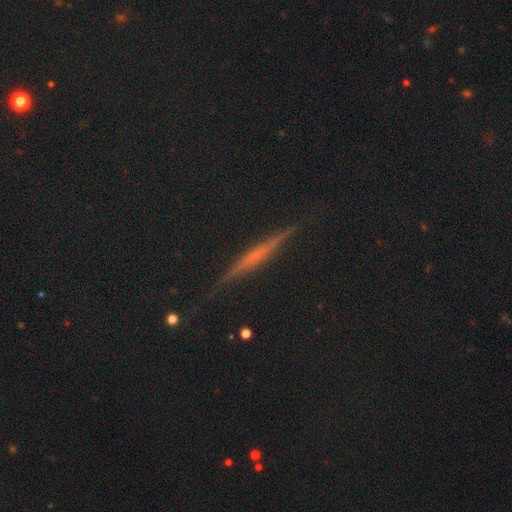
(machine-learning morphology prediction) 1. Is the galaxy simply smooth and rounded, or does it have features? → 52% featured or disk, 25% smooth, 23% star or artifact.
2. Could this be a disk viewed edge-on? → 94% yes, 6% no.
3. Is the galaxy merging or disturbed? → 89% none, 8% minor disturbance, 2% major disturbance, 2% merger.